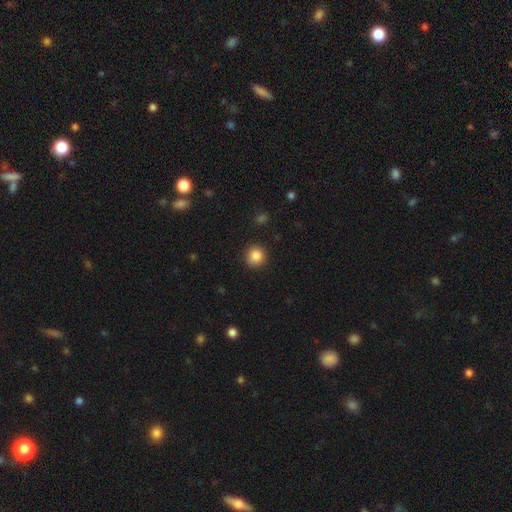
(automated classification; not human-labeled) A smooth galaxy with no disk features (86%) that is round (90%). Merging: none (89%).